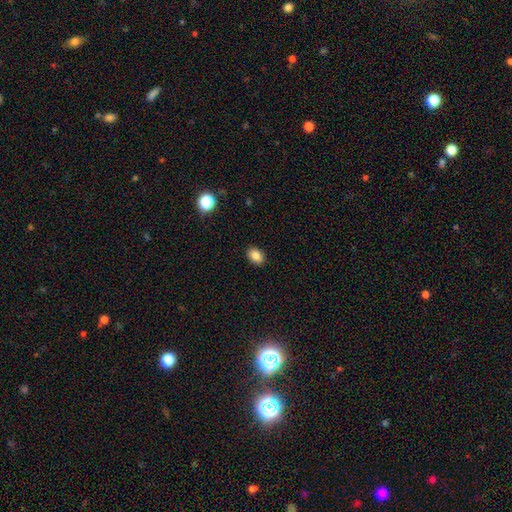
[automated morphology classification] Smooth or featured: smooth — 86% (star or artifact — 10%)
How rounded: in between — 79% (round — 20%)
Merging: none — 89% (minor disturbance — 8%)